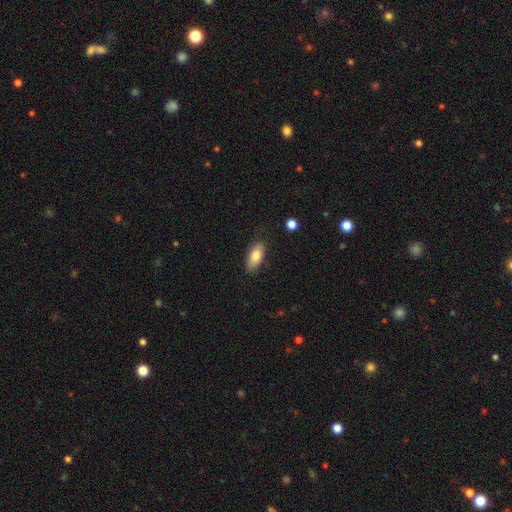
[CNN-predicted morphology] type=smooth (80%); roundness=in between (86%); merging=none (81%).